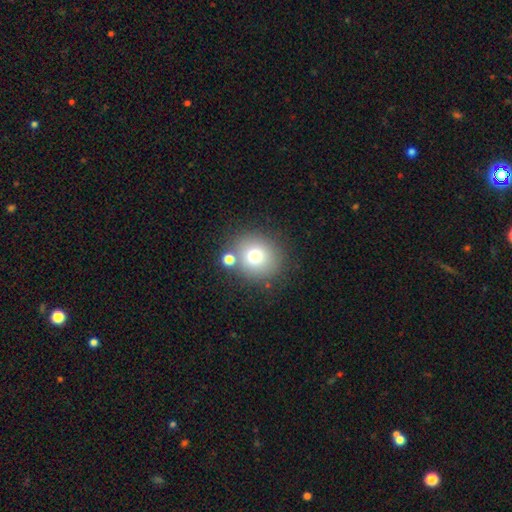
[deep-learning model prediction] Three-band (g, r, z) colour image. It shows a smooth galaxy with no disk features (72%) that is round (85%). Merging: none (75%).